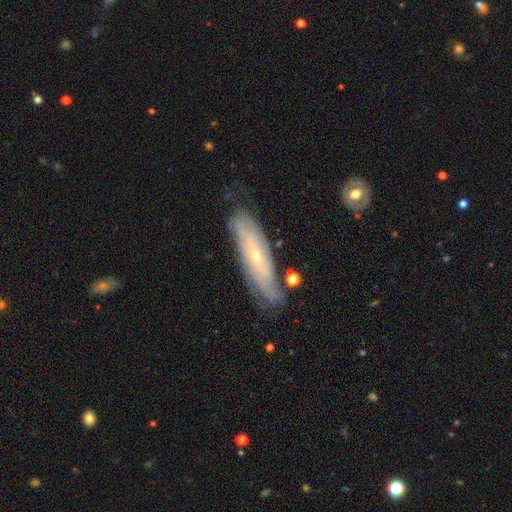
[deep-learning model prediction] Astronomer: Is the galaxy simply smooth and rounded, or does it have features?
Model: featured or disk — 72%.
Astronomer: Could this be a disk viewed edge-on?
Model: no — 72%.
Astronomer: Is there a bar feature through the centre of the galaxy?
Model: no — 72%.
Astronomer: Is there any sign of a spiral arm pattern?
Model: yes — 83%.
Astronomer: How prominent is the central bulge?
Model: small — 76%.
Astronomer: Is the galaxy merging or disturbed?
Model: none — 73%.